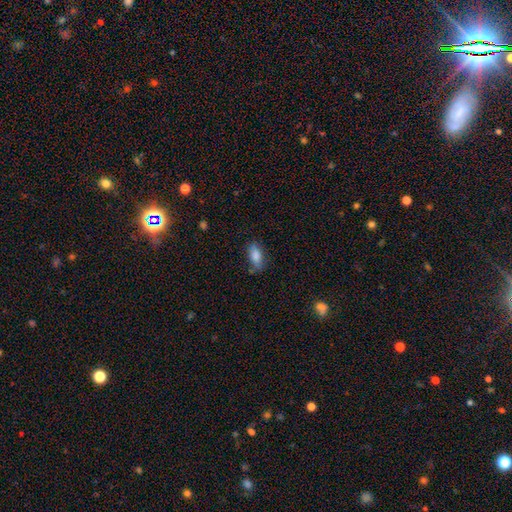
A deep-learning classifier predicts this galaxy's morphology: A smooth galaxy with no disk features (83%) that is in between round and cigar-shaped (85%). Merging: none (67%).